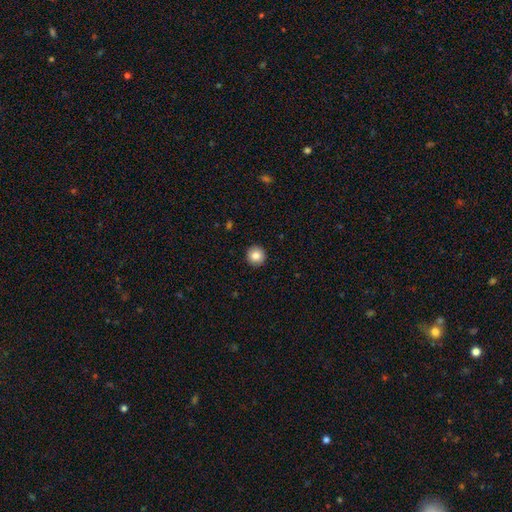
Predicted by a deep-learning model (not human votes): A smooth galaxy with no disk features (84%) that is round (96%).

Vote fractions:
- Smooth or featured? smooth: 84% / star or artifact: 9% / featured or disk: 7%
- How rounded? round: 96% / in between: 3% / cigar-shaped: 1%
- Merging? none: 93% / minor disturbance: 4% / major disturbance: 1% / merger: 1%